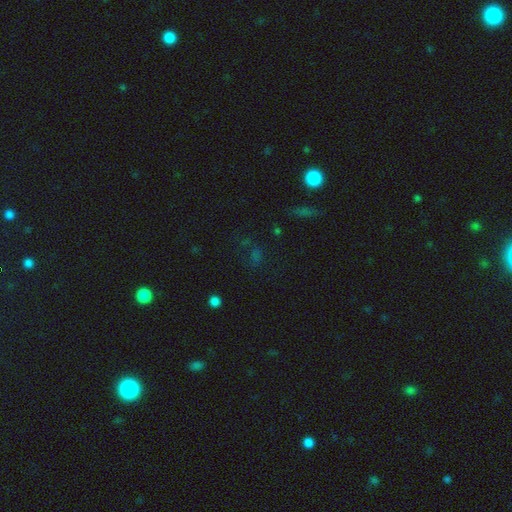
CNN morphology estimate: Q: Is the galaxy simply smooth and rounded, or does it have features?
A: star or artifact — 56%.